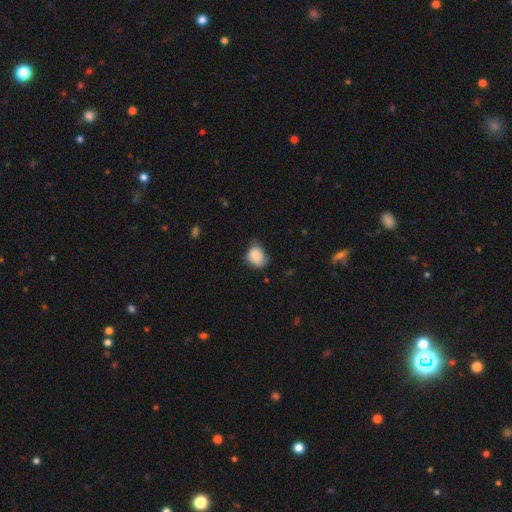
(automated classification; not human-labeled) Smooth or featured?
  - smooth: 85% *
  - star or artifact: 8%
  - featured or disk: 7%
How rounded?
  - in between: 51% *
  - round: 48%
  - cigar-shaped: 1%
Merging?
  - none: 49% *
  - minor disturbance: 39%
  - major disturbance: 10%
  - merger: 2%